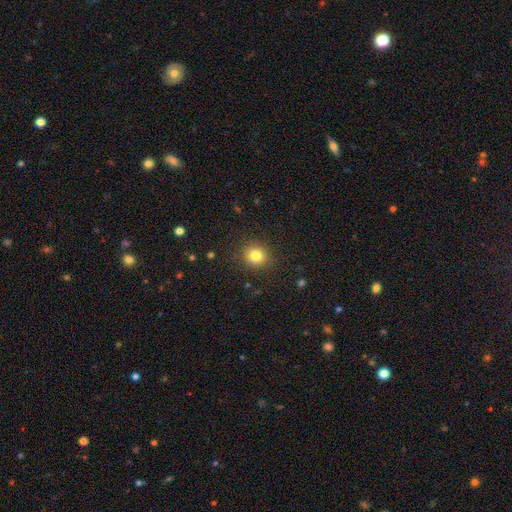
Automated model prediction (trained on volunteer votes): smooth_or_featured: smooth (p=0.81) [alt: star or artifact p=0.12]
how_rounded: round (p=0.84) [alt: in between p=0.15]
merging: none (p=0.88) [alt: minor disturbance p=0.08]